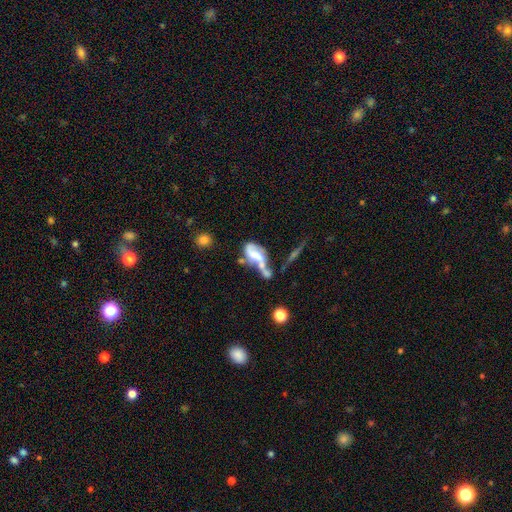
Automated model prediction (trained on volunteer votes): smooth_or_featured: featured or disk (p=0.57) [alt: smooth p=0.32]
disk_edge_on: no (p=0.92) [alt: yes p=0.08]
bar: no (p=0.54) [alt: weak p=0.26]
has_spiral_arms: yes (p=0.54) [alt: no p=0.46]
bulge_size: none (p=0.43) [alt: small p=0.23]
merging: merger (p=0.46) [alt: major disturbance p=0.25]